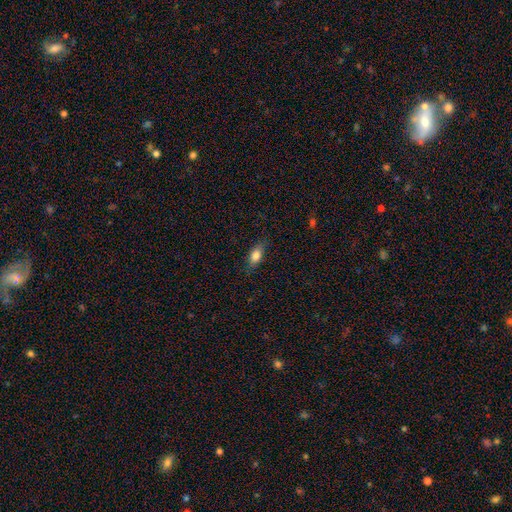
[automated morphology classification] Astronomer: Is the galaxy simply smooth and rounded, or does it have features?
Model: smooth — 80%.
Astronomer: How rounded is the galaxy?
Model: in between — 83%.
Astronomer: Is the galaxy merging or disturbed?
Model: none — 81%.